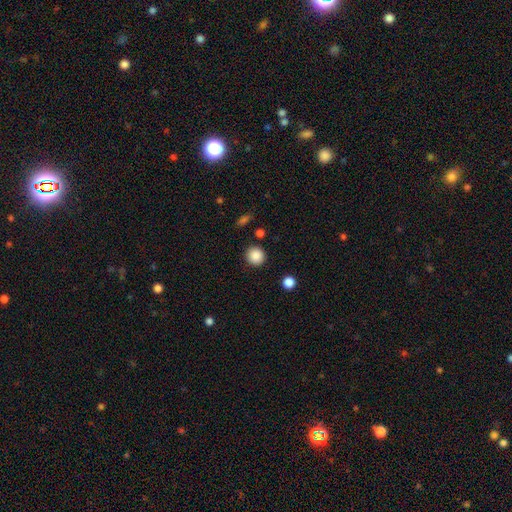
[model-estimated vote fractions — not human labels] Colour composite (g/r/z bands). It shows a smooth galaxy with no disk features (87%) that is round (93%). Merging: none (90%).